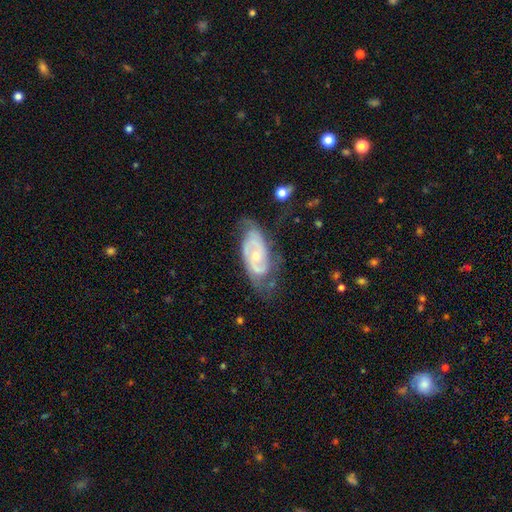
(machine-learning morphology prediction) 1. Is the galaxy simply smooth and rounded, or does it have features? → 80% featured or disk, 14% smooth, 6% star or artifact.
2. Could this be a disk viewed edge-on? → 93% no, 7% yes.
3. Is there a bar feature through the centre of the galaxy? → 67% no, 27% weak, 7% strong.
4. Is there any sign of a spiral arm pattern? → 89% yes, 11% no.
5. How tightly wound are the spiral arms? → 53% tight, 36% medium, 11% loose.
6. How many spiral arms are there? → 58% 2, 26% can't tell, 8% 3, 4% 1, 2% 4, 2% more than 4.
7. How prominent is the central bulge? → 60% small, 36% moderate, 2% none, 1% large, 1% dominant.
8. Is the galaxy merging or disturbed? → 61% none, 25% minor disturbance, 12% major disturbance, 2% merger.